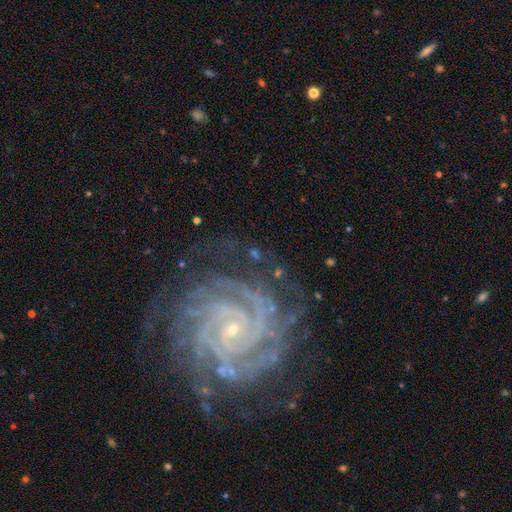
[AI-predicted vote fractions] Smooth or featured: featured or disk — 91% (star or artifact — 6%)
Edge-on disk: no — 98% (yes — 2%)
Bar: no — 55% (weak — 30%)
Spiral arms: yes — 98% (no — 2%)
Spiral winding: tight — 79% (medium — 19%)
Spiral arm count: 4 — 23% (2 — 19%)
Bulge size: small — 86% (moderate — 10%)
Merging: none — 73% (minor disturbance — 16%)